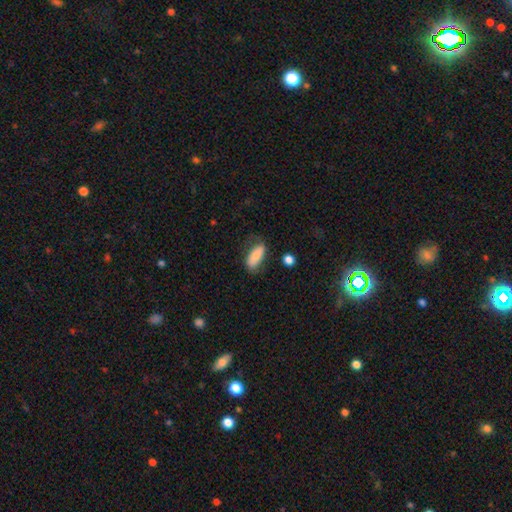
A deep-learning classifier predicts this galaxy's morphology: smooth_or_featured: smooth (p=0.76) [alt: featured or disk p=0.17]
how_rounded: in between (p=0.82) [alt: cigar-shaped p=0.15]
merging: none (p=0.58) [alt: minor disturbance p=0.26]